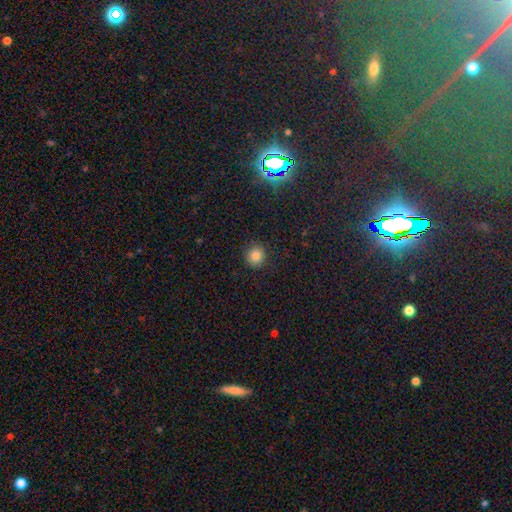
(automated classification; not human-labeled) smooth 84%, star or artifact 11%, featured or disk 5%. Down the decision tree: how rounded — round (88%); merging — none (90%).